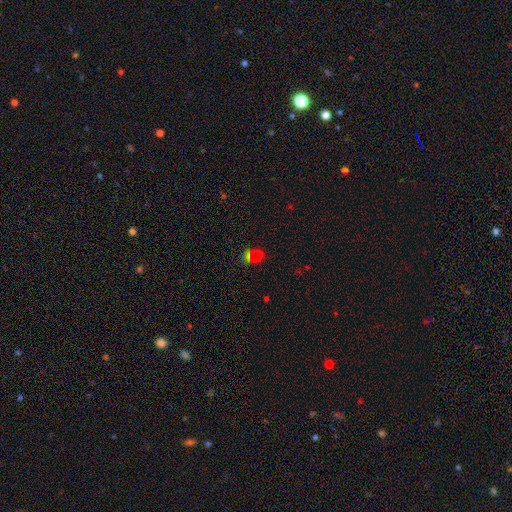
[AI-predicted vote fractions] smooth 57%, star or artifact 35%, featured or disk 8%. Down the decision tree: how rounded — in between (68%); merging — none (61%).